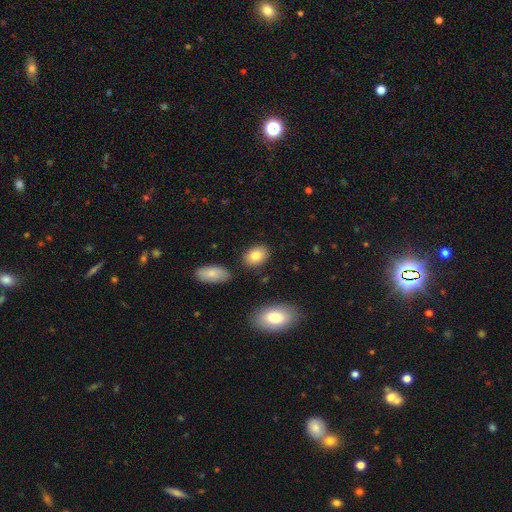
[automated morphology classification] A smooth galaxy with no disk features (83%) that is in between round and cigar-shaped (84%).

Vote fractions:
- Smooth or featured? smooth: 83% / featured or disk: 10% / star or artifact: 7%
- How rounded? in between: 84% / round: 15% / cigar-shaped: 1%
- Merging? none: 83% / minor disturbance: 10% / merger: 4% / major disturbance: 3%